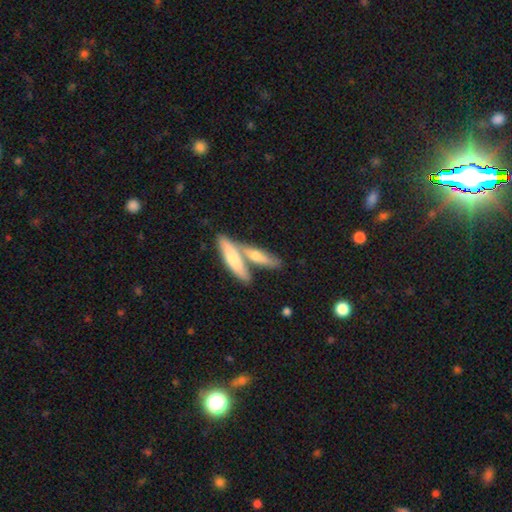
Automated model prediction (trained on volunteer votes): Smooth or featured: smooth — 60% (featured or disk — 35%)
How rounded: cigar-shaped — 66% (in between — 31%)
Merging: merger — 47% (none — 41%)